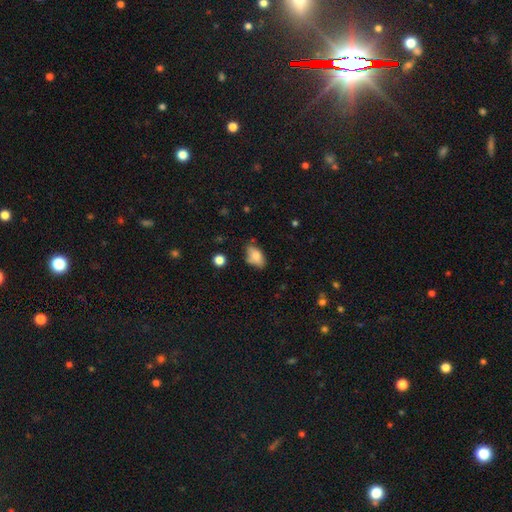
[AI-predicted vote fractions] Morphology: type=smooth (77%); roundness=in between (90%); merging=none (62%).